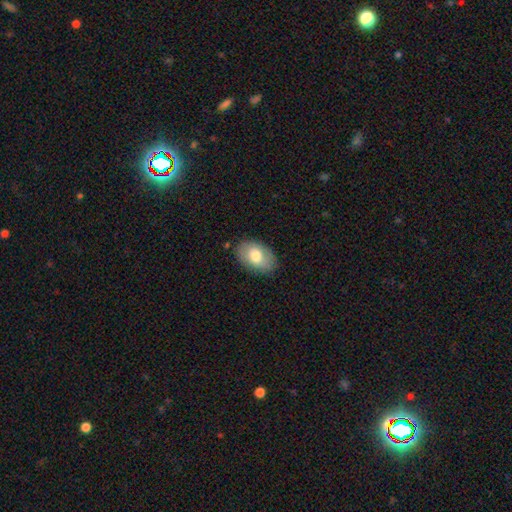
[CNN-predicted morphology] Smooth or featured? smooth (73%)
How rounded? in between (91%)
Merging? none (84%)